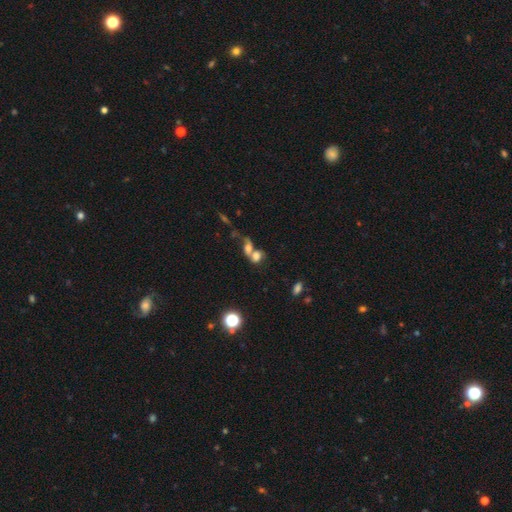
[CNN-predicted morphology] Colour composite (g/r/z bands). It shows a smooth galaxy with no disk features (63%) that is in between round and cigar-shaped (57%). Merging: merger (73%).